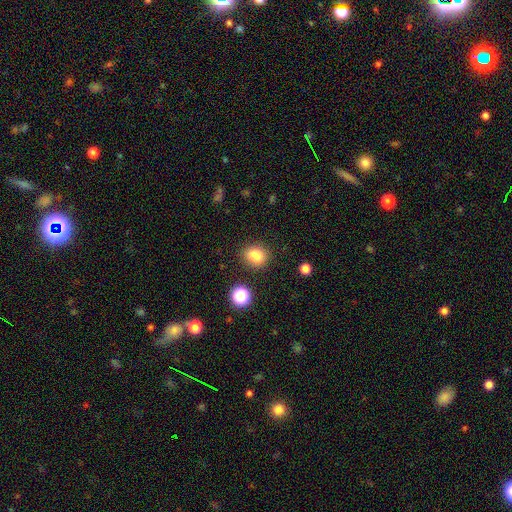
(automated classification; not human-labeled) A smooth galaxy with no disk features (80%) that is round (53%).

Vote fractions:
- Smooth or featured? smooth: 80% / star or artifact: 12% / featured or disk: 8%
- How rounded? round: 53% / in between: 45% / cigar-shaped: 2%
- Merging? none: 67% / minor disturbance: 15% / merger: 14% / major disturbance: 4%